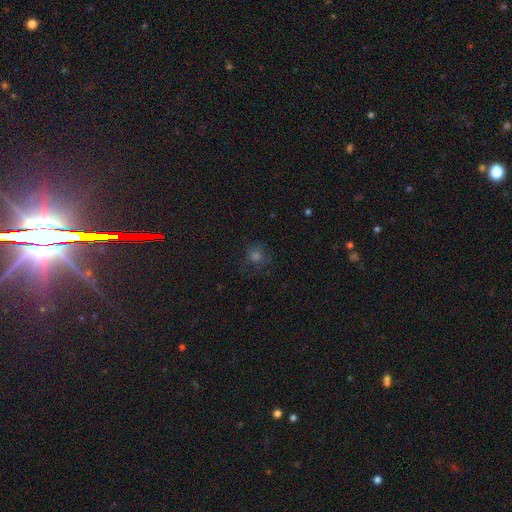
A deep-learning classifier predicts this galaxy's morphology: smooth 54%, star or artifact 33%, featured or disk 13%. Down the decision tree: how rounded — round (89%); merging — none (76%).